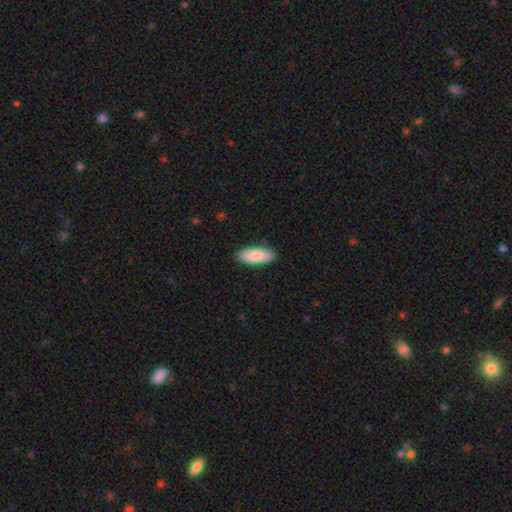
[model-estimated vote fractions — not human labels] A smooth galaxy with no disk features (84%) that is in between round and cigar-shaped (80%).

Vote fractions:
- Smooth or featured? smooth: 84% / featured or disk: 11% / star or artifact: 5%
- How rounded? in between: 80% / cigar-shaped: 18% / round: 2%
- Merging? none: 89% / minor disturbance: 8% / major disturbance: 2% / merger: 1%